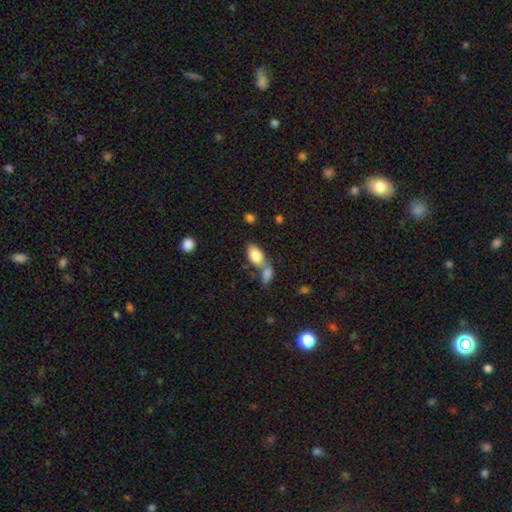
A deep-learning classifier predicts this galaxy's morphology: The model was most divided on "merging": merger: 50%, none: 35%, minor disturbance: 10%, major disturbance: 5%. More confident: how rounded — in between (90%); smooth or featured — smooth (80%).